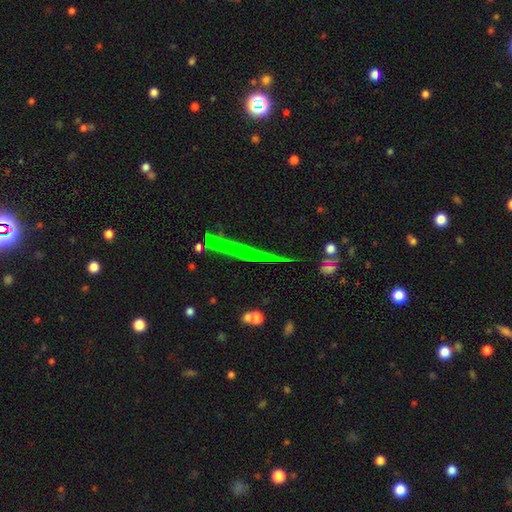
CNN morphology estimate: Smooth or featured: featured or disk — 59% (smooth — 29%)
Edge-on disk: yes — 96% (no — 4%)
Edge-on bulge: none — 89% (rounded — 7%)
Merging: none — 83% (minor disturbance — 10%)